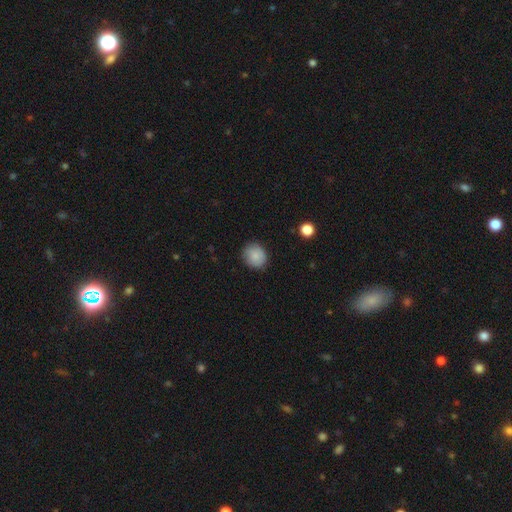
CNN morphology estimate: smooth_or_featured: smooth (p=0.85) [alt: featured or disk p=0.08]
how_rounded: round (p=0.78) [alt: in between p=0.21]
merging: none (p=0.81) [alt: minor disturbance p=0.14]